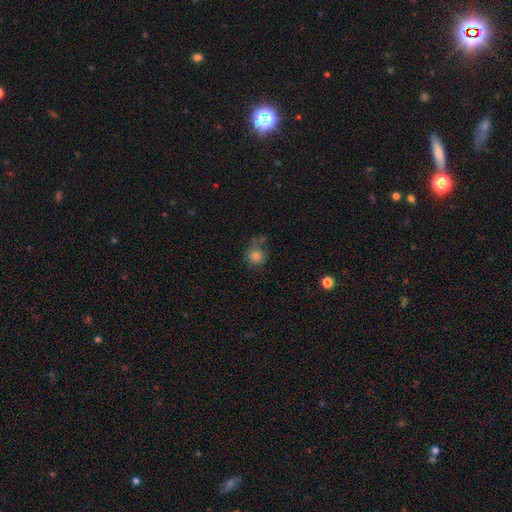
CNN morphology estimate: A smooth galaxy with no disk features (80%) that is round (85%).

Vote fractions:
- Smooth or featured? smooth: 80% / star or artifact: 12% / featured or disk: 8%
- How rounded? round: 85% / in between: 14% / cigar-shaped: 1%
- Merging? none: 58% / minor disturbance: 22% / merger: 10% / major disturbance: 9%